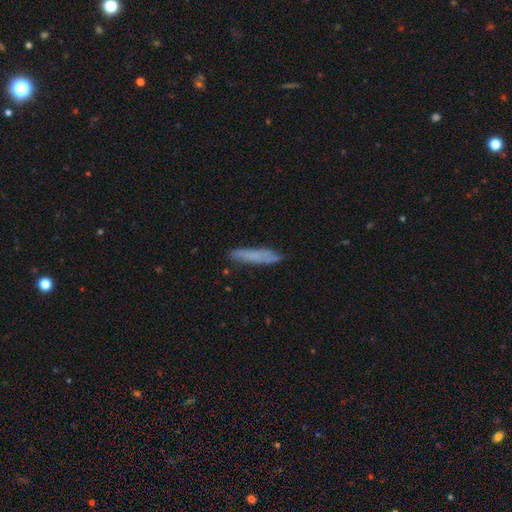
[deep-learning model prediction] This appears to be a smooth galaxy with no disk features (66%) that is cigar-shaped (88%). Merging: none (79%).